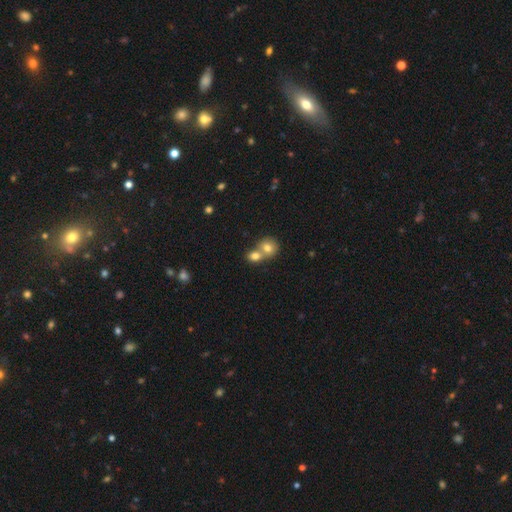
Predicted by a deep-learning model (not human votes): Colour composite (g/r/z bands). It shows a smooth galaxy with no disk features (77%) that is round (66%). Merging: merger (64%).